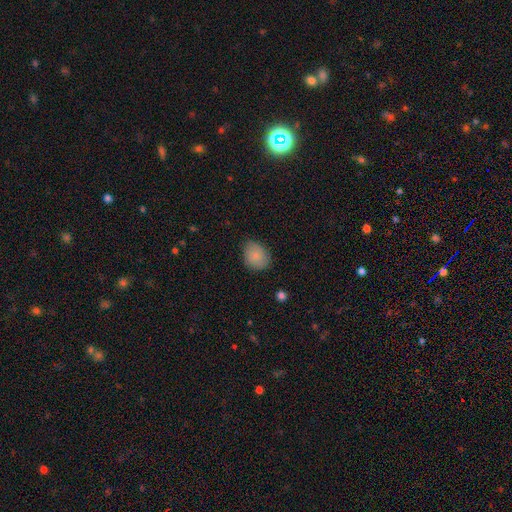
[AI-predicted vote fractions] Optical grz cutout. It shows a smooth galaxy with no disk features (80%) that is in between round and cigar-shaped (51%). Merging: none (73%).